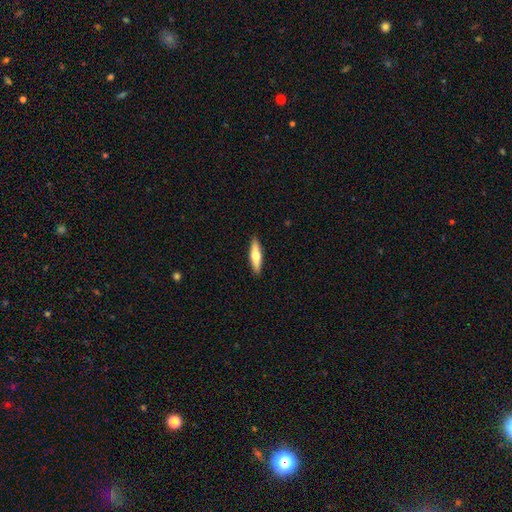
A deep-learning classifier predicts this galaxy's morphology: Q: Smooth or featured?
A: smooth (58%); runner-up: featured or disk (37%)
Q: How rounded?
A: cigar-shaped (71%); runner-up: in between (27%)
Q: Merging?
A: none (91%); runner-up: minor disturbance (7%)